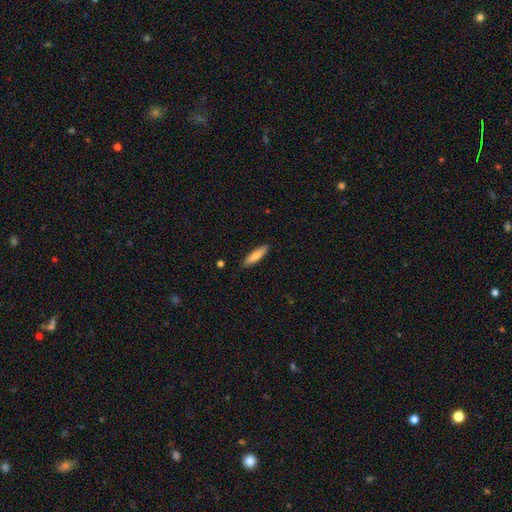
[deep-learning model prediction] Morphology: type=smooth (78%); roundness=cigar-shaped (71%); merging=none (88%).